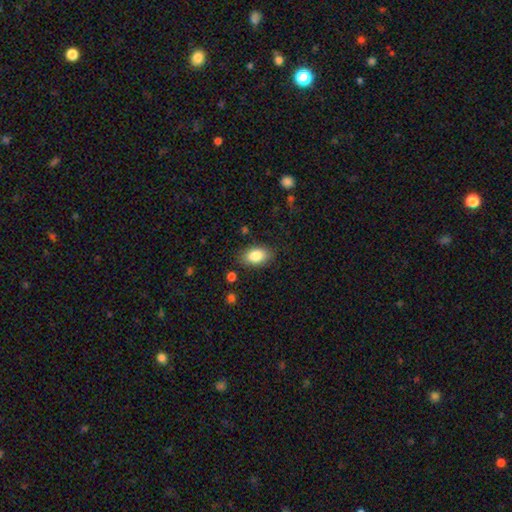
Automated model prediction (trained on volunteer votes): This is clearly a smooth galaxy (85%). How rounded: clearly in between (90%). Merging: clearly none (84%).